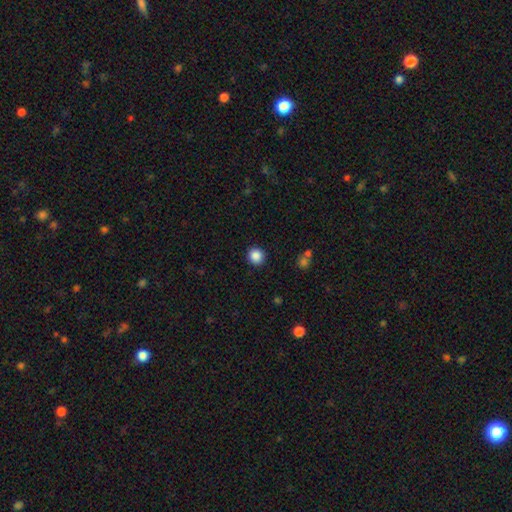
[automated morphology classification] Smooth or featured?
  - smooth: 87% *
  - star or artifact: 10%
  - featured or disk: 3%
How rounded?
  - round: 92% *
  - in between: 7%
  - cigar-shaped: 1%
Merging?
  - none: 92% *
  - minor disturbance: 5%
  - major disturbance: 2%
  - merger: 1%